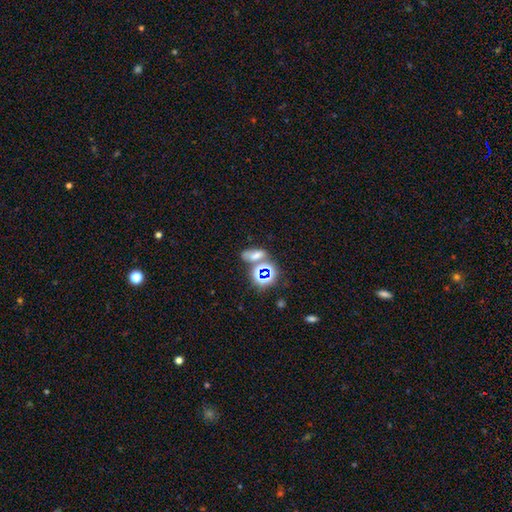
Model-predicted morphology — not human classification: A smooth galaxy with no disk features (49%).

Vote fractions:
- Smooth or featured? smooth: 49% / star or artifact: 37% / featured or disk: 14%
- Merging? none: 48% / merger: 30% / minor disturbance: 13% / major disturbance: 9%